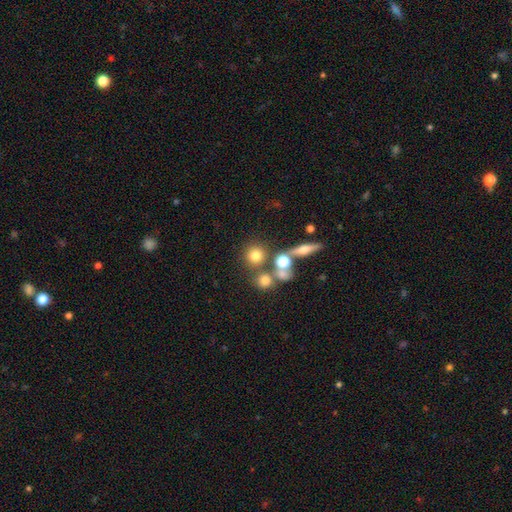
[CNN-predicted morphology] A smooth galaxy with no disk features (71%) that is round (90%). Merging: none (69%).